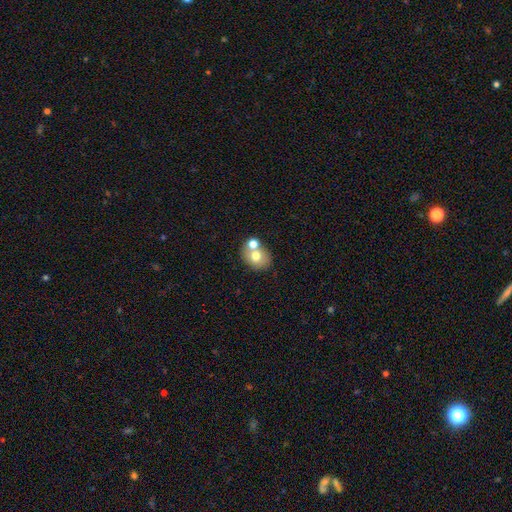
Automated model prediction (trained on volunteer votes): Smooth or featured?
  - smooth: 69% *
  - featured or disk: 21%
  - star or artifact: 11%
How rounded?
  - round: 59% *
  - in between: 40%
  - cigar-shaped: 1%
Merging?
  - none: 51% *
  - merger: 36%
  - minor disturbance: 10%
  - major disturbance: 3%